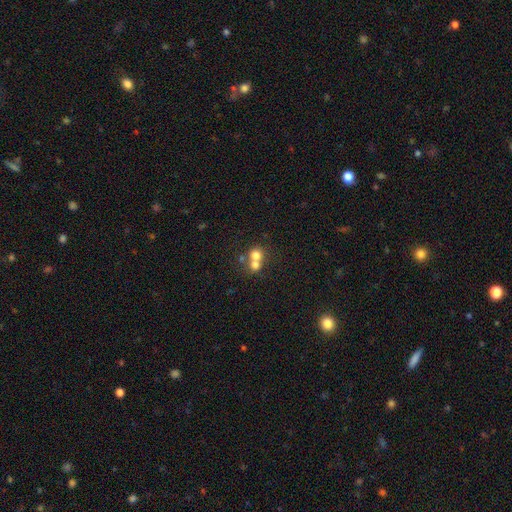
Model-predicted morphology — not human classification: A smooth galaxy with no disk features (69%) that is round (81%).

Vote fractions:
- Smooth or featured? smooth: 69% / featured or disk: 18% / star or artifact: 12%
- How rounded? round: 81% / in between: 18% / cigar-shaped: 1%
- Merging? merger: 65% / none: 28% / minor disturbance: 4% / major disturbance: 3%